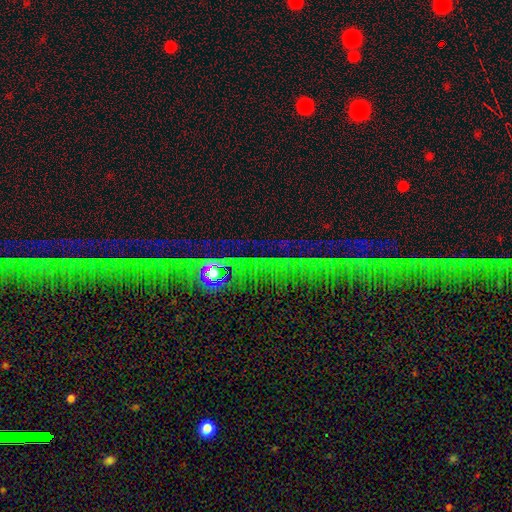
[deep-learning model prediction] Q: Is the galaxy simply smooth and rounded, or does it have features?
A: star or artifact — 80%.